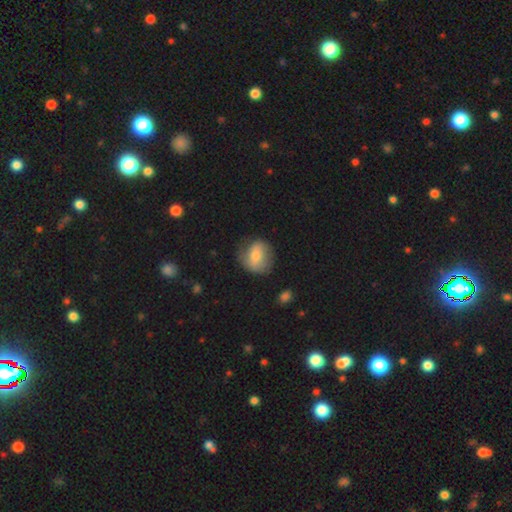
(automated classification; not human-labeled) This appears to be a smooth galaxy with no disk features (62%) that is round (62%). Merging: none (64%).